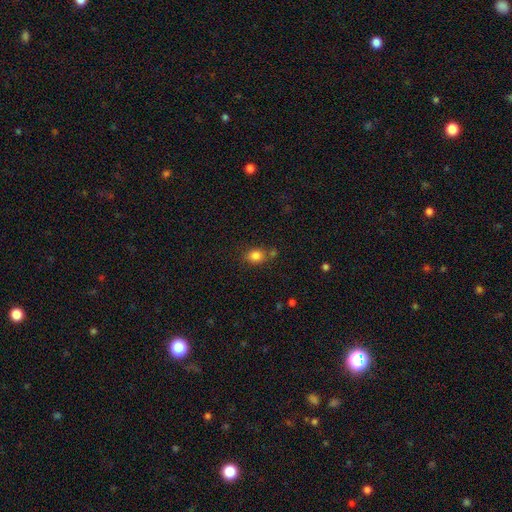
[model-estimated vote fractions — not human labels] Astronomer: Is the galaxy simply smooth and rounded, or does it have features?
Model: smooth — 83%.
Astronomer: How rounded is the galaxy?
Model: round — 58% (runner-up: in between, 41%).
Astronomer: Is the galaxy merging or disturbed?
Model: none — 70%.